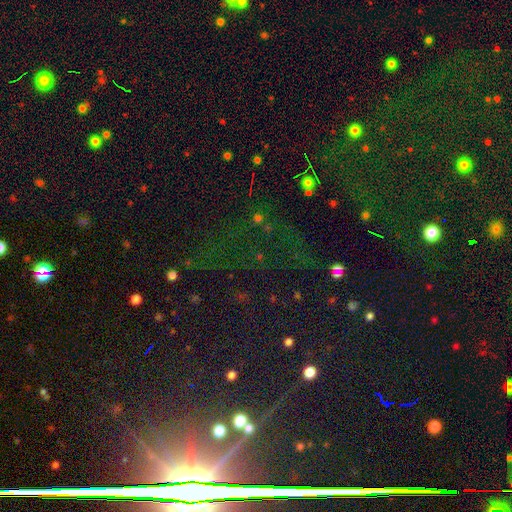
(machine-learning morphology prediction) A star or artifact, not a galaxy (80%).

Vote fractions:
- Smooth or featured? star or artifact: 80% / featured or disk: 10% / smooth: 10%